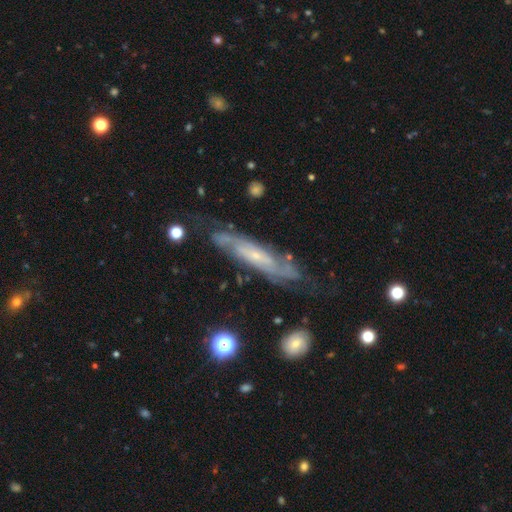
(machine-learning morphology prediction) This appears to be a featured or disk galaxy (79%) with no bar (61%), spiral arms (91%) and a small central bulge (74%). Merging: none (66%).